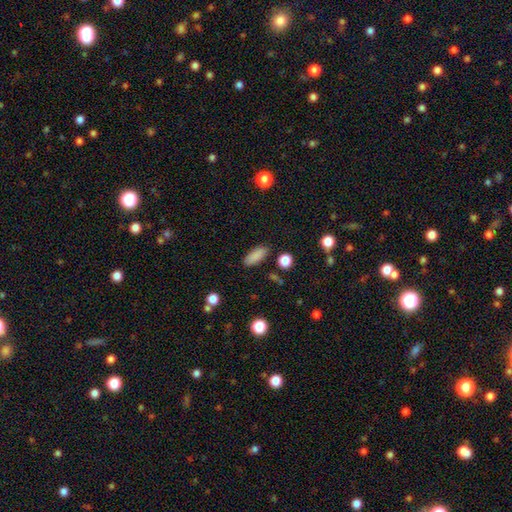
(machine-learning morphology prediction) Smooth or featured? smooth (87%)
How rounded? in between (77%)
Merging? none (86%)